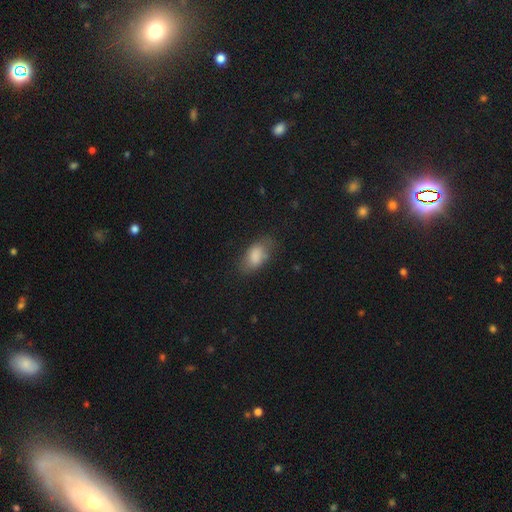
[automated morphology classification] smooth 82%, featured or disk 11%, star or artifact 8%. Down the decision tree: how rounded — in between (91%); merging — none (63%).